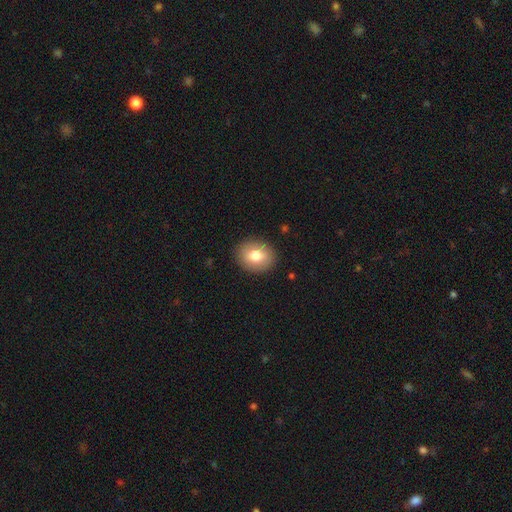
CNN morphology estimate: Overall: smooth (78%). How rounded: round (52%; in between 47%). Merging: none (89%).